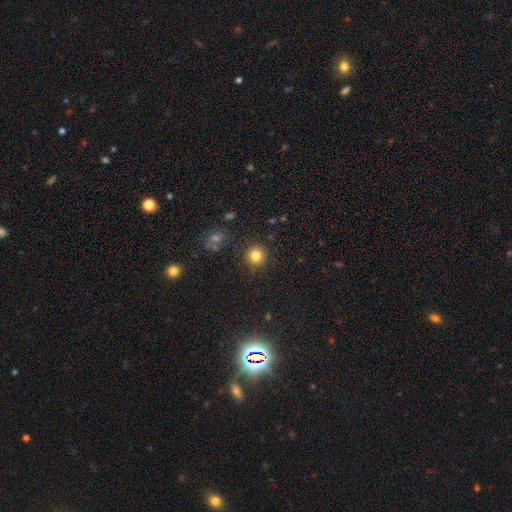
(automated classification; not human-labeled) This is clearly a smooth galaxy (81%). How rounded: clearly round (94%). Merging: clearly none (89%).